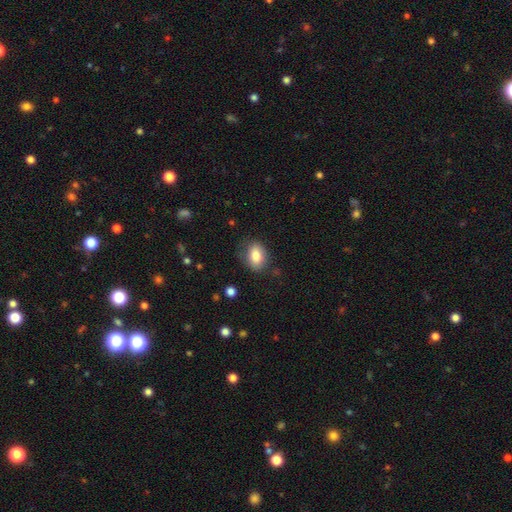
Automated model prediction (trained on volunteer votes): This is clearly a smooth galaxy (81%). How rounded: likely in between (74%). Merging: likely none (77%).